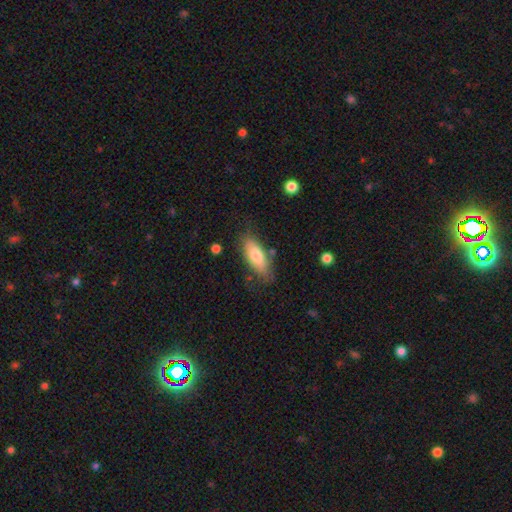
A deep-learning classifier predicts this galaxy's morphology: Smooth or featured?
  - smooth: 73% *
  - featured or disk: 20%
  - star or artifact: 7%
How rounded?
  - in between: 72% *
  - cigar-shaped: 26%
  - round: 2%
Merging?
  - none: 75% *
  - minor disturbance: 18%
  - major disturbance: 4%
  - merger: 3%